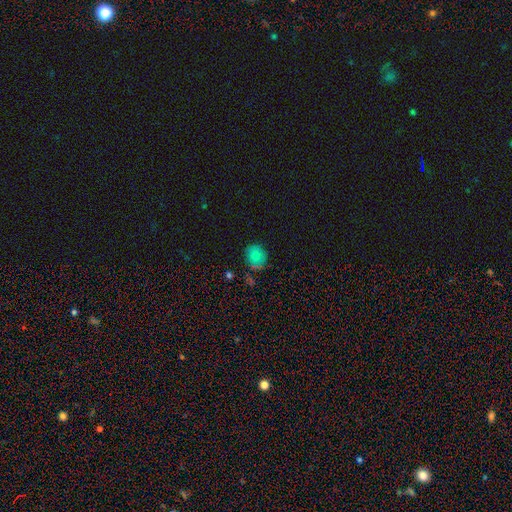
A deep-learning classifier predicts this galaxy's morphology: Smooth or featured? smooth (76%)
How rounded? round (78%)
Merging? none (70%)